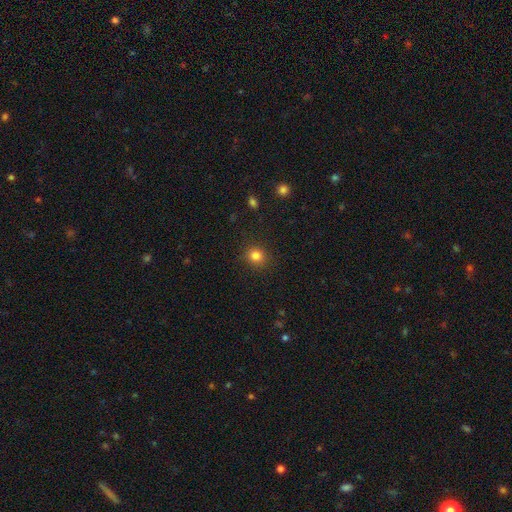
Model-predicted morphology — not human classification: A smooth galaxy with no disk features (82%) that is round (85%).

Vote fractions:
- Smooth or featured? smooth: 82% / star or artifact: 12% / featured or disk: 5%
- How rounded? round: 85% / in between: 14% / cigar-shaped: 1%
- Merging? none: 89% / minor disturbance: 7% / major disturbance: 3% / merger: 1%